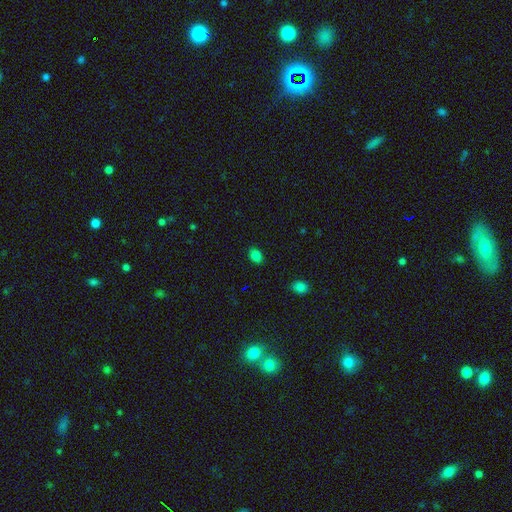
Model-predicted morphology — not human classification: The model was most divided on "how rounded": in between: 73%, round: 26%, cigar-shaped: 1%. More confident: merging — none (87%); smooth or featured — smooth (83%).